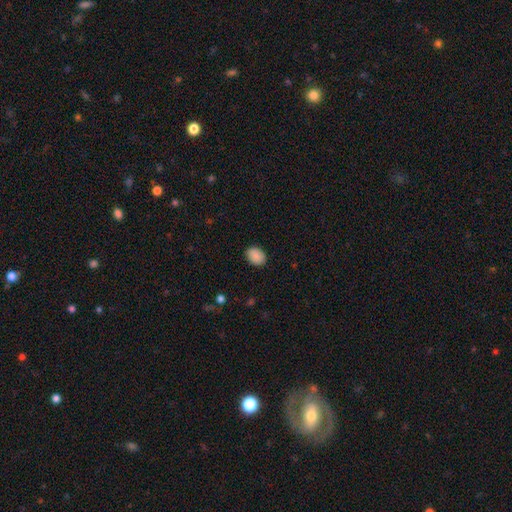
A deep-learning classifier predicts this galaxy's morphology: type=smooth (89%); roundness=in between (65%); merging=none (86%).